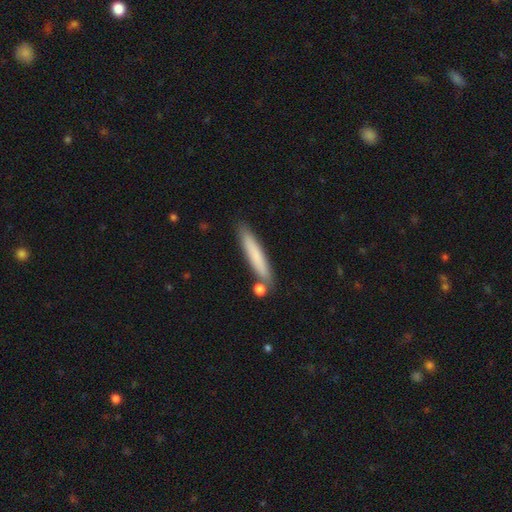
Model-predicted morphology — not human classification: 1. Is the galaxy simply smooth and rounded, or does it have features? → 74% smooth, 19% featured or disk, 7% star or artifact.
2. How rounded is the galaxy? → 92% cigar-shaped, 7% in between, 1% round.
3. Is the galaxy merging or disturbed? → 81% none, 11% minor disturbance, 6% merger, 2% major disturbance.